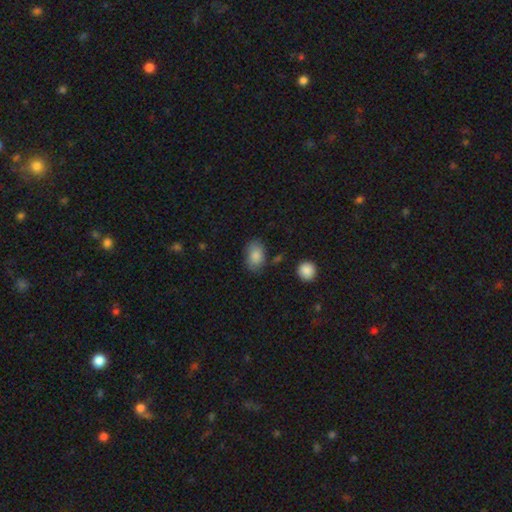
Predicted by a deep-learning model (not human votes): smooth-or-featured: smooth: 83% | featured or disk: 10% | star or artifact: 7%
  how-rounded: in between: 84% | round: 15% | cigar-shaped: 1%
  merging: none: 73% | minor disturbance: 19% | major disturbance: 5% | merger: 3%